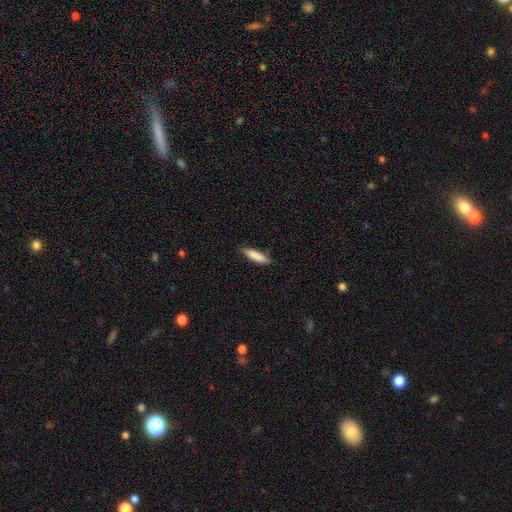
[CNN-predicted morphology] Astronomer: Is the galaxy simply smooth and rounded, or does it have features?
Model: smooth — 85%.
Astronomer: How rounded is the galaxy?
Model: cigar-shaped — 76%.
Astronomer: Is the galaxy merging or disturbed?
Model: none — 83%.